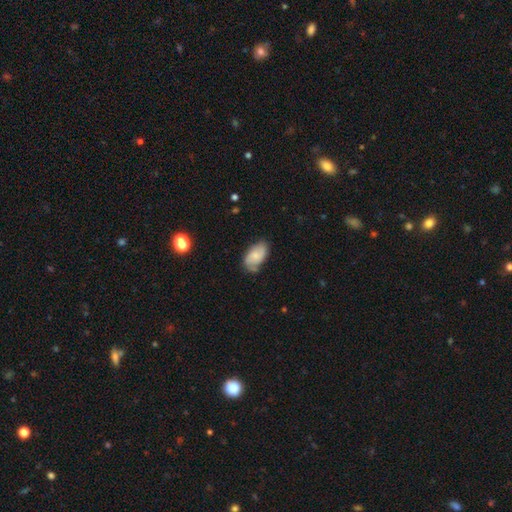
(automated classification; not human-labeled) Smooth or featured? smooth (59%)
How rounded? in between (93%)
Merging? none (62%)